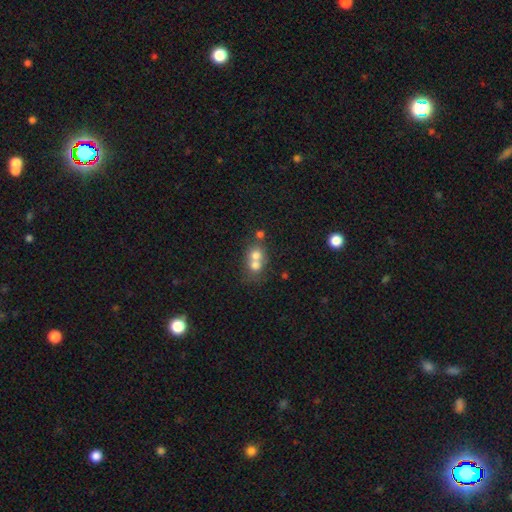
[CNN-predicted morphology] Q: Smooth or featured?
A: smooth (69%); runner-up: featured or disk (19%)
Q: How rounded?
A: round (73%); runner-up: in between (26%)
Q: Merging?
A: merger (68%); runner-up: none (24%)